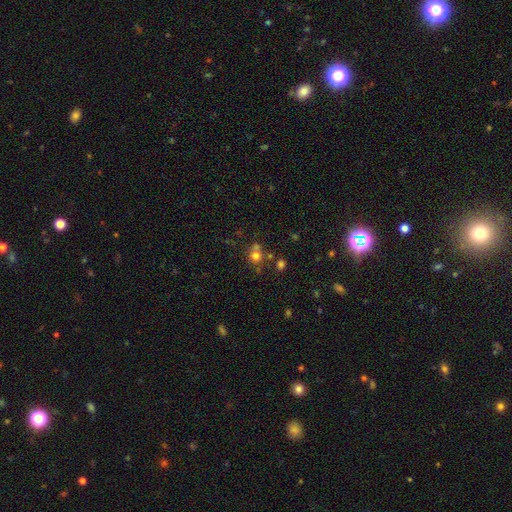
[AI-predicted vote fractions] Smooth or featured? smooth (69%)
How rounded? round (84%)
Merging? none (54%)